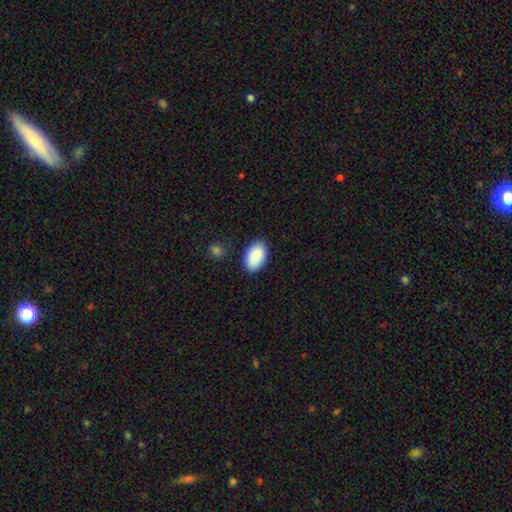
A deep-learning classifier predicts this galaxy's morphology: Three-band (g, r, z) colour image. It shows a smooth galaxy with no disk features (89%) that is in between round and cigar-shaped (94%). Merging: none (83%).